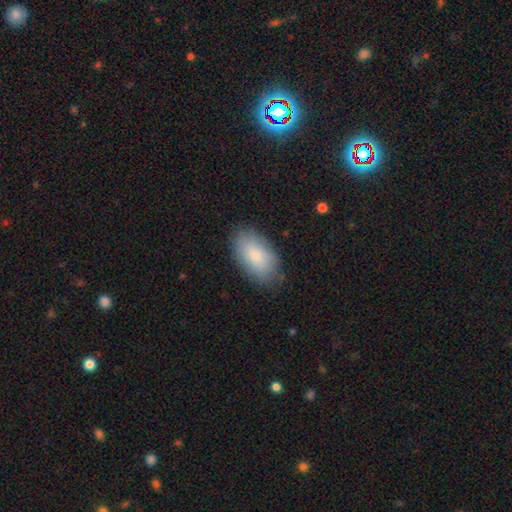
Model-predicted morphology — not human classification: Smooth or featured? Predicted: smooth (p=0.84). How rounded? Predicted: in between (p=0.94). Merging? Predicted: none (p=0.82).